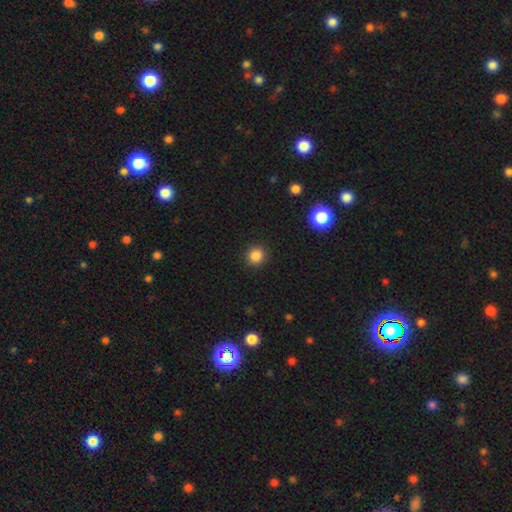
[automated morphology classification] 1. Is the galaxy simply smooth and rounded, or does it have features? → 85% smooth, 12% star or artifact, 3% featured or disk.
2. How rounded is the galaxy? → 94% round, 6% in between, 1% cigar-shaped.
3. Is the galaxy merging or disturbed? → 92% none, 5% minor disturbance, 2% major disturbance, 1% merger.